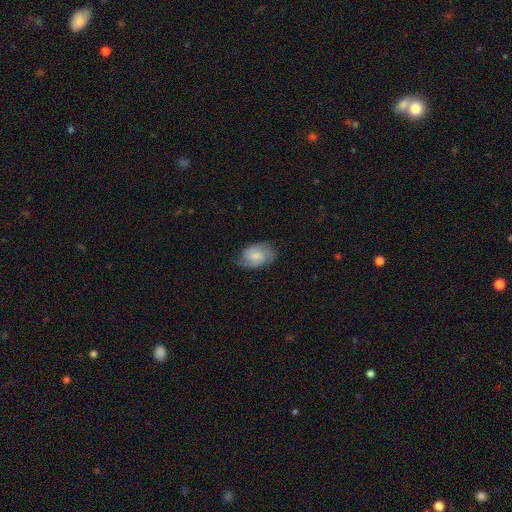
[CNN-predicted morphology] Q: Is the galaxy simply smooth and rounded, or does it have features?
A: featured or disk — 54%.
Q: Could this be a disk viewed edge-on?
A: no — 96%.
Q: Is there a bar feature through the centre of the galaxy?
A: no — 65%.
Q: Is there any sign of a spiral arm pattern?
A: yes — 89%.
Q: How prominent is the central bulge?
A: small — 40%.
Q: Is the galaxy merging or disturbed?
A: none — 64%.